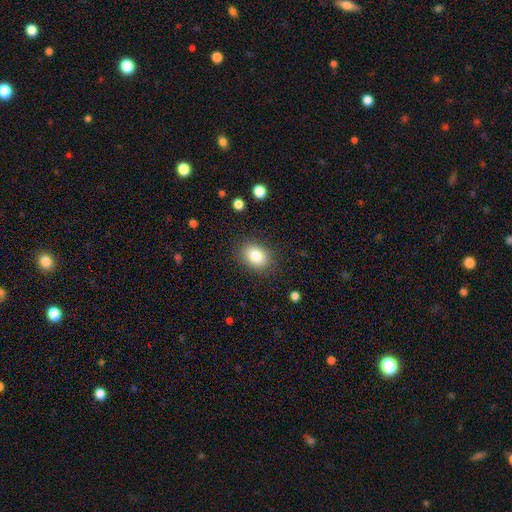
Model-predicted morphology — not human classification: This is clearly a smooth galaxy (84%). How rounded: likely in between (65%). Merging: clearly none (85%).